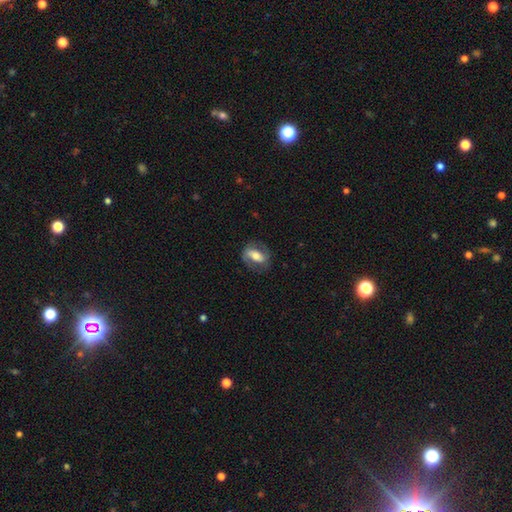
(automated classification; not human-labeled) Smooth or featured: featured or disk — 55% (smooth — 39%)
Edge-on disk: no — 90% (yes — 10%)
Merging: none — 73% (minor disturbance — 16%)